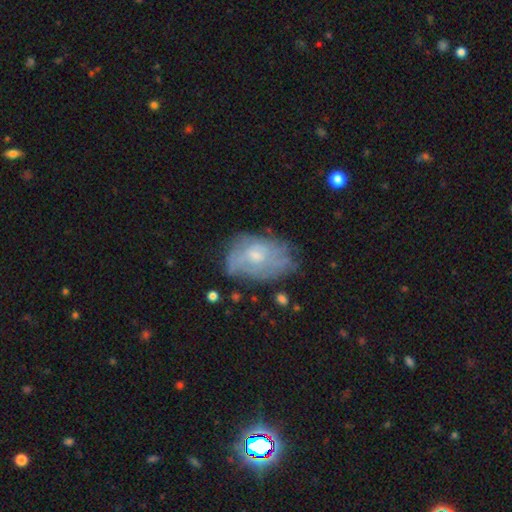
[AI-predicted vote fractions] A featured or disk galaxy (60%) with no bar (75%), spiral arms (59%) and a small central bulge (58%).

Vote fractions:
- Smooth or featured? featured or disk: 60% / smooth: 32% / star or artifact: 8%
- Edge-on disk? no: 96% / yes: 4%
- Bar? no: 75% / weak: 22% / strong: 3%
- Spiral arms? yes: 59% / no: 41%
- Bulge size? small: 58% / moderate: 34% / none: 4% / large: 2% / dominant: 1%
- Merging? none: 52% / minor disturbance: 29% / major disturbance: 16% / merger: 3%